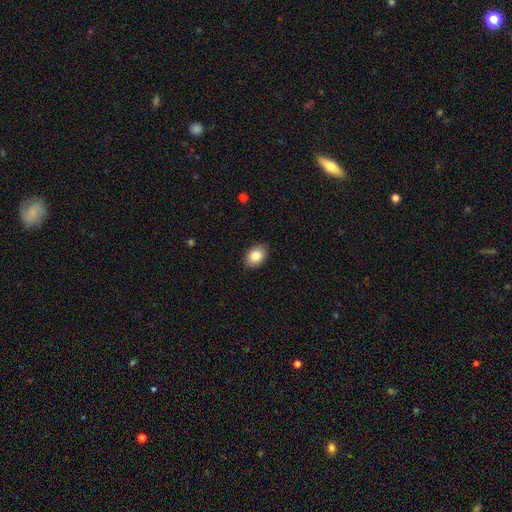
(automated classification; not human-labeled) Overall: smooth (85%). How rounded: in between (72%). Merging: none (89%).